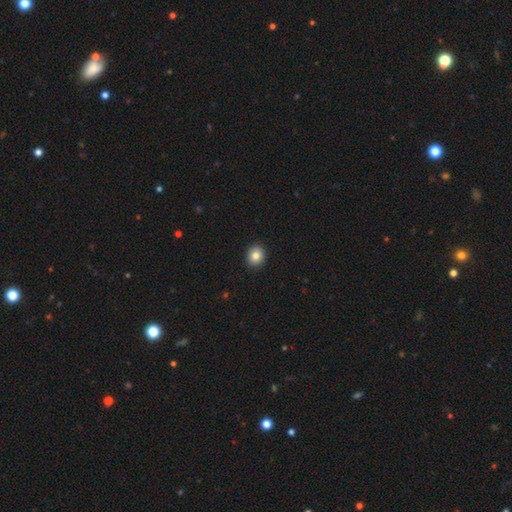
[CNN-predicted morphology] Smooth or featured: smooth — 82% (star or artifact — 10%)
How rounded: round — 69% (in between — 30%)
Merging: none — 91% (minor disturbance — 6%)